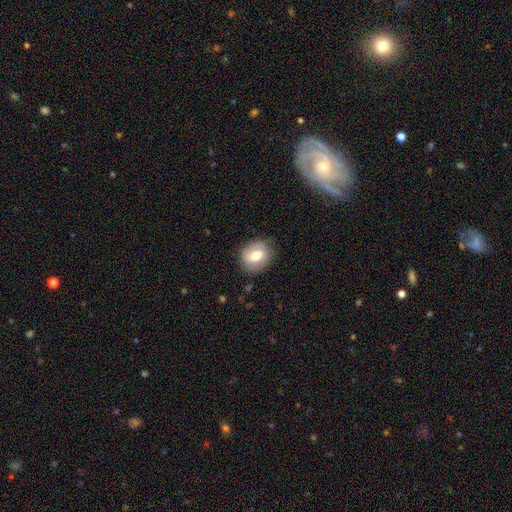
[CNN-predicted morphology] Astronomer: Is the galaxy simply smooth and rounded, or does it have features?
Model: smooth — 61%.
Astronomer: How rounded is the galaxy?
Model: round — 56% (runner-up: in between, 43%).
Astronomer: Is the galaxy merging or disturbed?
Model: none — 81%.